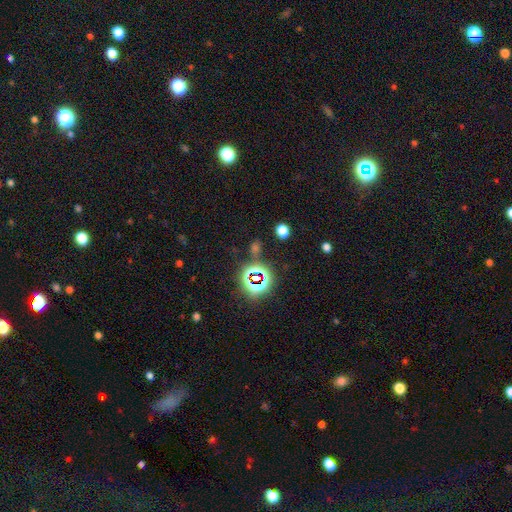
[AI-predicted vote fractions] Smooth or featured? Predicted: star or artifact (p=0.76).